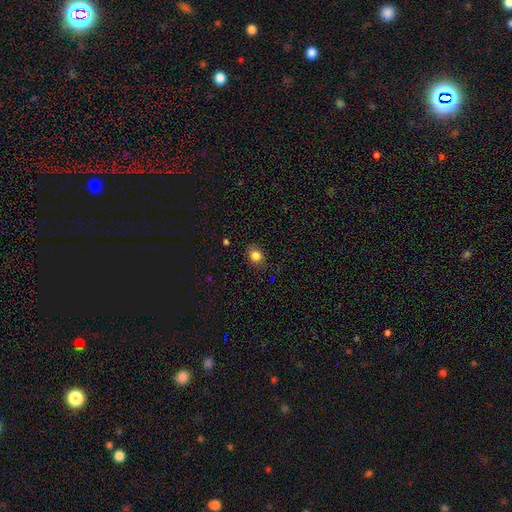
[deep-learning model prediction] Smooth or featured: smooth — 83% (star or artifact — 11%)
How rounded: round — 55% (in between — 44%)
Merging: none — 83% (minor disturbance — 13%)